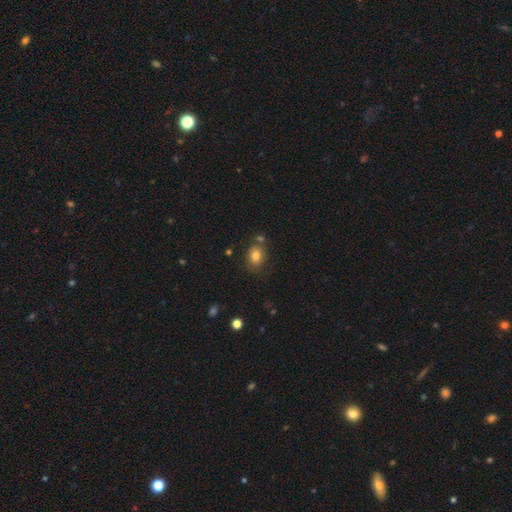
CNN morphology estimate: Q: Smooth or featured?
A: smooth (78%); runner-up: featured or disk (12%)
Q: How rounded?
A: in between (52%); runner-up: round (47%)
Q: Merging?
A: none (69%); runner-up: minor disturbance (16%)